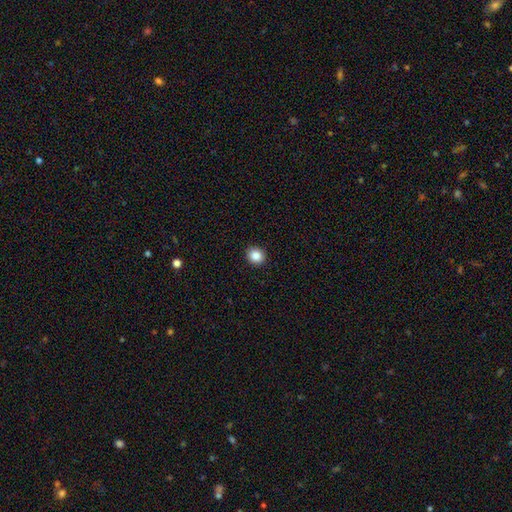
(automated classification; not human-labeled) Smooth or featured? smooth (86%)
How rounded? round (83%)
Merging? none (92%)